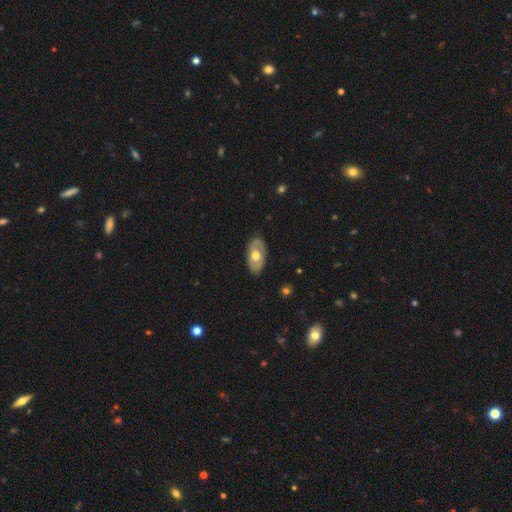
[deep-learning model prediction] Smooth or featured? Predicted: featured or disk (p=0.48). Merging? Predicted: none (p=0.84).